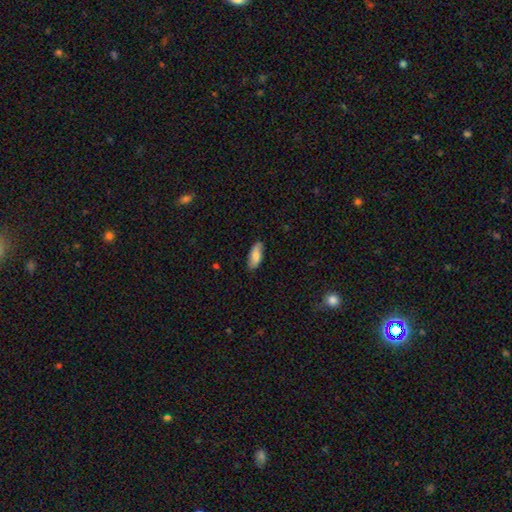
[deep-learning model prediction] This is clearly a smooth galaxy (80%). How rounded: clearly in between (81%). Merging: clearly none (83%).